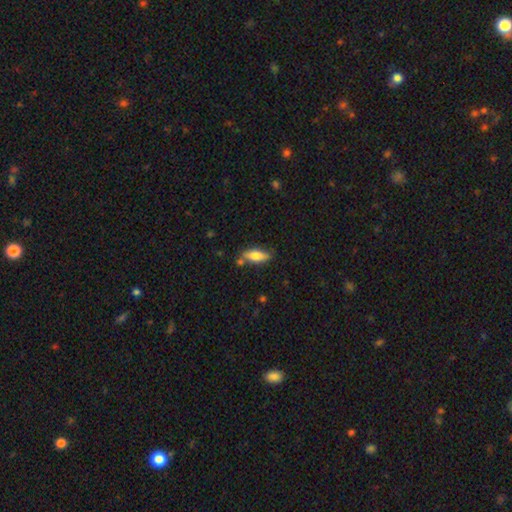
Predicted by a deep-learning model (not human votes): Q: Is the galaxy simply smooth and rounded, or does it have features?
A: smooth — 76%.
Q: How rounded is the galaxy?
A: in between — 68%.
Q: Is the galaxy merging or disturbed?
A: none — 74%.